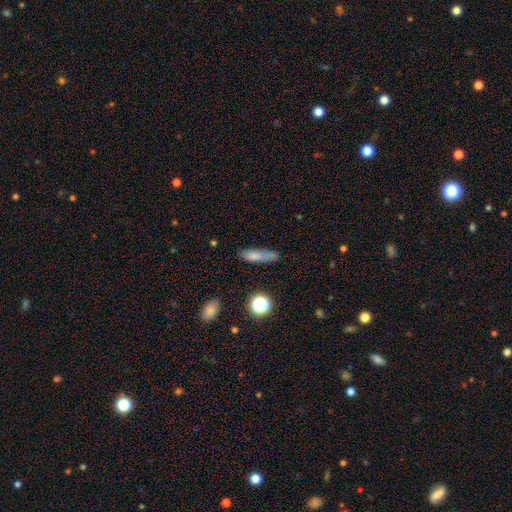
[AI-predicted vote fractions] The model was most divided on "how rounded": cigar-shaped: 58%, in between: 37%, round: 5%. More confident: smooth or featured — smooth (72%); merging — none (56%).